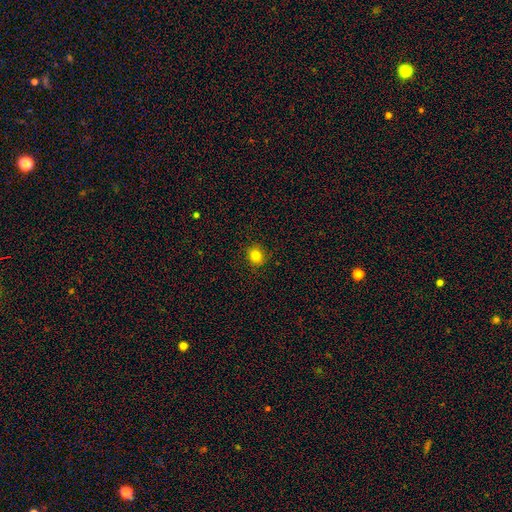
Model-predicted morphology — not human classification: smooth_or_featured: smooth (p=0.83) [alt: star or artifact p=0.12]
how_rounded: round (p=0.82) [alt: in between p=0.17]
merging: none (p=0.88) [alt: minor disturbance p=0.09]